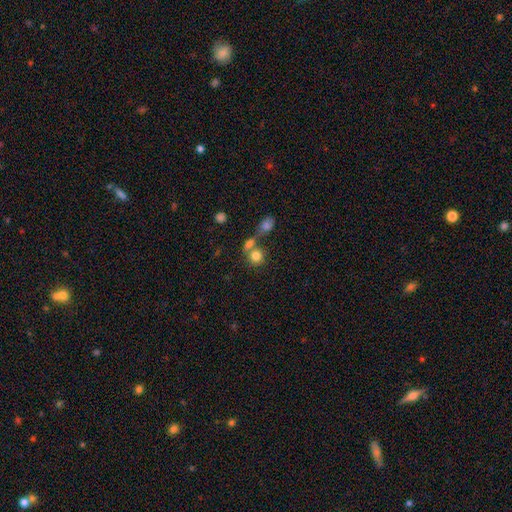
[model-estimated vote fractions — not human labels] Q: Smooth or featured?
A: smooth (80%); runner-up: star or artifact (10%)
Q: How rounded?
A: round (81%); runner-up: in between (18%)
Q: Merging?
A: merger (44%); runner-up: none (43%)